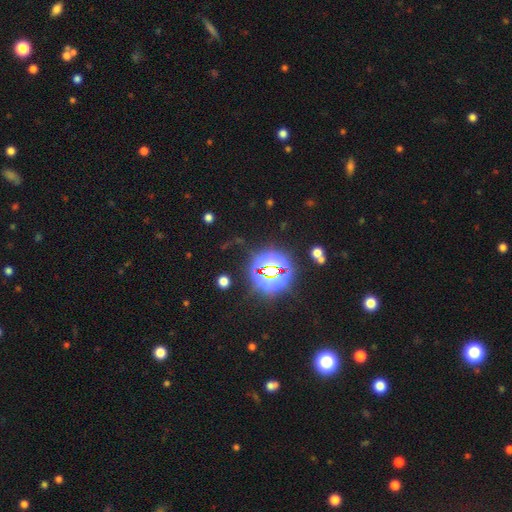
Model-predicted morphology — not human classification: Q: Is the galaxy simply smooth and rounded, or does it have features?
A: star or artifact — 81%.